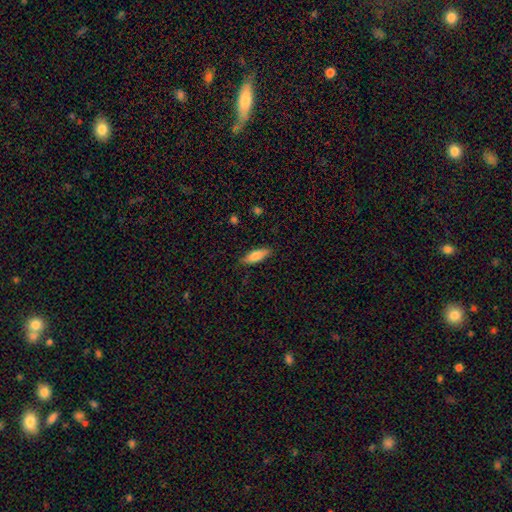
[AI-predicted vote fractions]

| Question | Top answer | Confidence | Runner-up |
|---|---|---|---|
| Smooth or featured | smooth | 78% | featured or disk (16%) |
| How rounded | in between | 57% | cigar-shaped (41%) |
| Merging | none | 85% | minor disturbance (11%) |